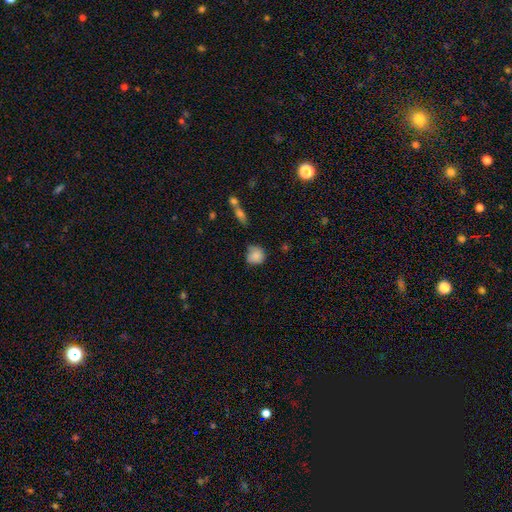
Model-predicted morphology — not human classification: type=smooth (83%); roundness=round (85%); merging=none (63%).